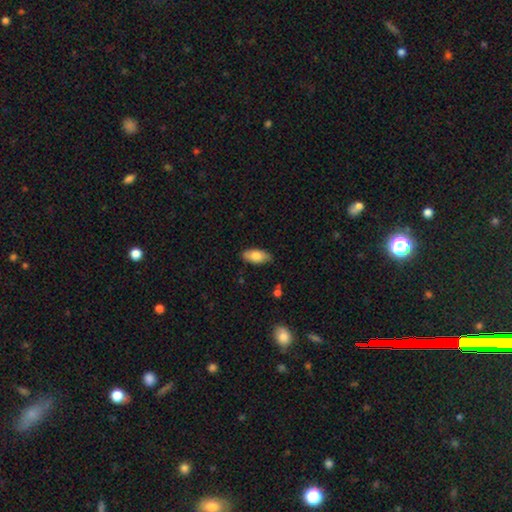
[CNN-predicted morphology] type=smooth (77%); roundness=in between (88%); merging=none (84%).